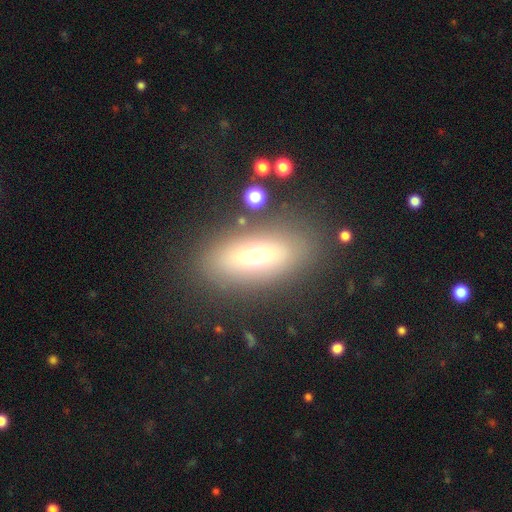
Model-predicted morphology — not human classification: A smooth galaxy with no disk features (57%) that is in between round and cigar-shaped (75%). Merging: none (81%).